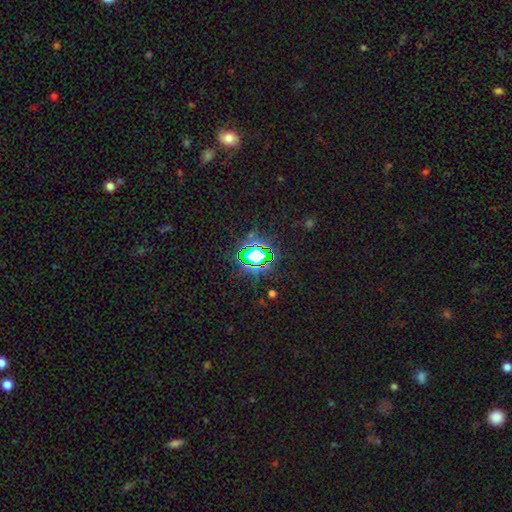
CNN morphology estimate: Q: Smooth or featured?
A: star or artifact (72%); runner-up: smooth (17%)